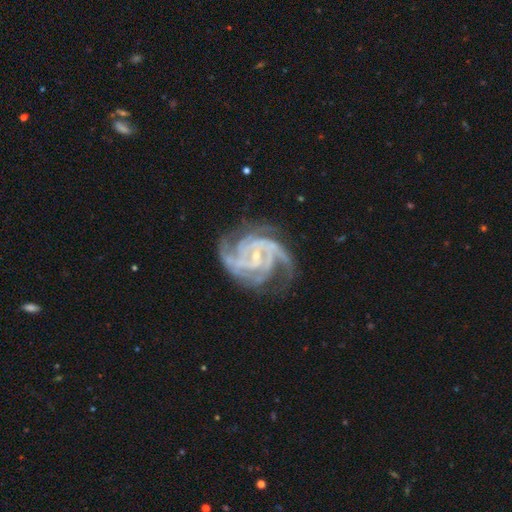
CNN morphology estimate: Smooth or featured? featured or disk (92%)
Edge-on disk? no (98%)
Bar? weak (41%)
Spiral arms? yes (99%)
Spiral winding? tight (52%)
Spiral arm count? 3 (38%)
Bulge size? small (78%)
Merging? none (71%)